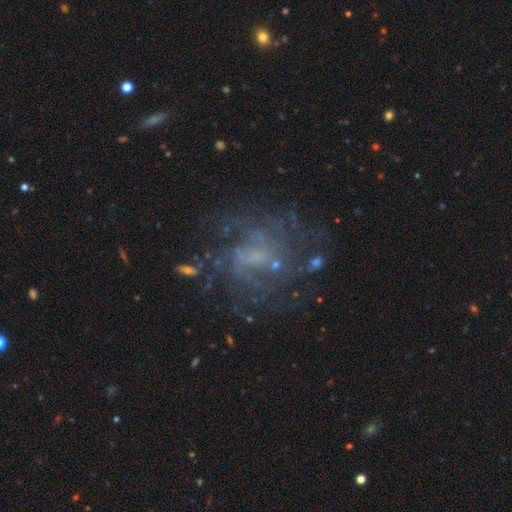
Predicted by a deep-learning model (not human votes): A featured or disk galaxy (73%) with no bar (55%), medium (41%) spiral arms (77%) and no central bulge (39%).

Vote fractions:
- Smooth or featured? featured or disk: 73% / star or artifact: 15% / smooth: 12%
- Edge-on disk? no: 98% / yes: 2%
- Bar? no: 55% / weak: 37% / strong: 8%
- Spiral arms? yes: 77% / no: 23%
- Spiral winding? medium: 41% / tight: 37% / loose: 22%
- Spiral arm count? can't tell: 49% / 3: 13% / 4: 12% / 2: 11% / more than 4: 9% / 1: 6%
- Bulge size? none: 39% / small: 34% / moderate: 22% / large: 3% / dominant: 1%
- Merging? none: 62% / major disturbance: 19% / minor disturbance: 16% / merger: 4%